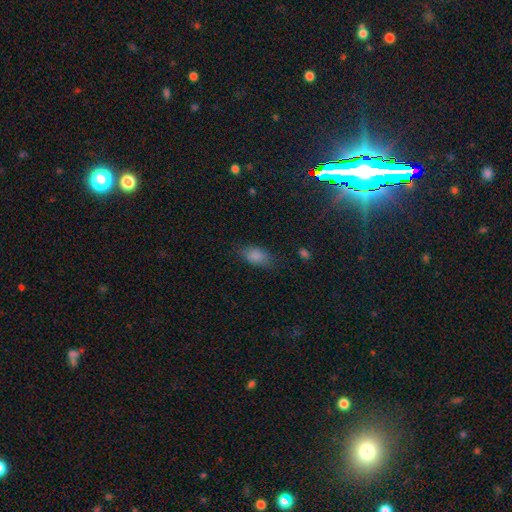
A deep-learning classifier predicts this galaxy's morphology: smooth-or-featured: smooth: 84% | star or artifact: 10% | featured or disk: 6%
  how-rounded: in between: 89% | round: 6% | cigar-shaped: 5%
  merging: none: 73% | minor disturbance: 19% | major disturbance: 6% | merger: 2%